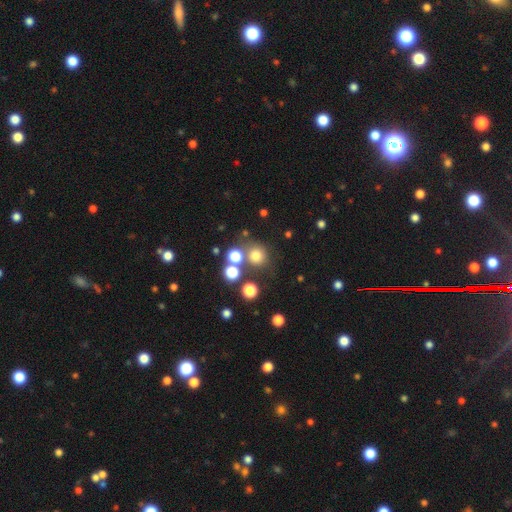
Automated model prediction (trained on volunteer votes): Overall: smooth (73%). How rounded: round (90%). Merging: none (71%).